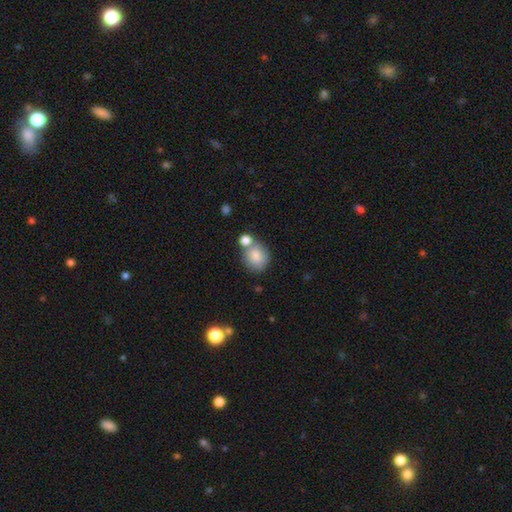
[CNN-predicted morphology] smooth_or_featured: smooth (p=0.82) [alt: featured or disk p=0.09]
how_rounded: round (p=0.73) [alt: in between p=0.26]
merging: none (p=0.53) [alt: merger p=0.30]